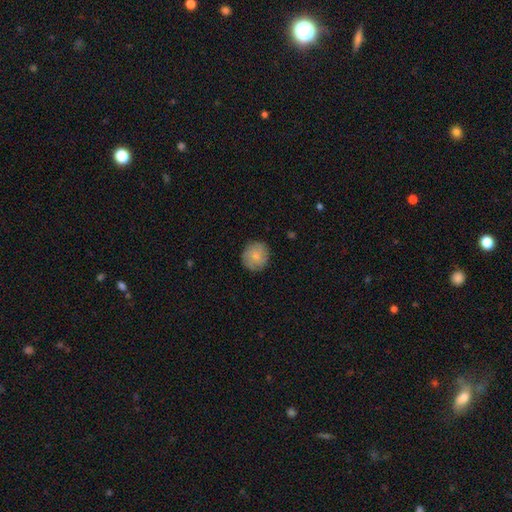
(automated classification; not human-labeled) The model was most divided on "smooth or featured": smooth: 70%, featured or disk: 22%, star or artifact: 7%. More confident: how rounded — round (91%); merging — none (85%).